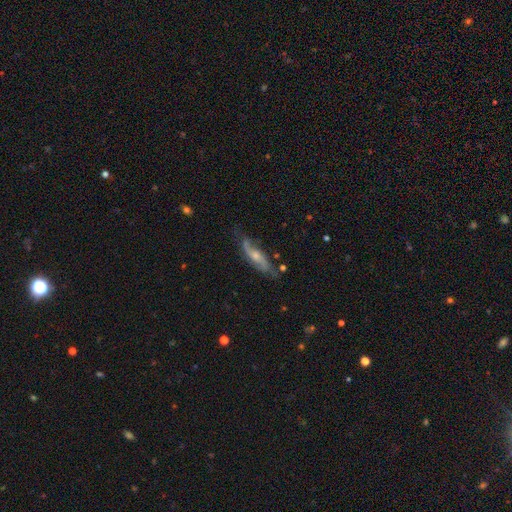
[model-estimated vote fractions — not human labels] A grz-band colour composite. It shows a featured or disk galaxy (73%) with no bar (59%), 2 (83%) loose (49%) spiral arms (92%) and a moderate central bulge (47%). Merging: none (67%).